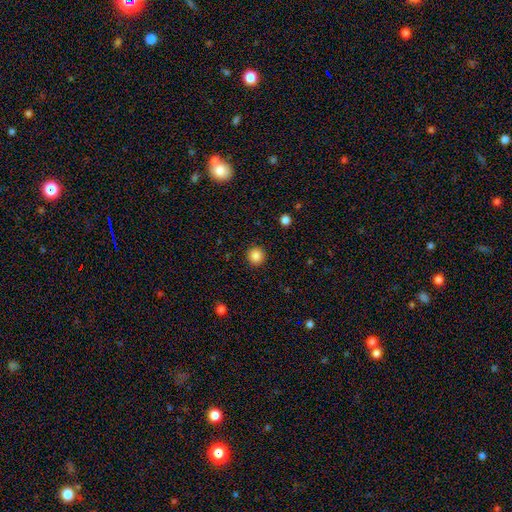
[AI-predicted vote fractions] Overall: smooth (86%). How rounded: round (95%). Merging: none (92%).